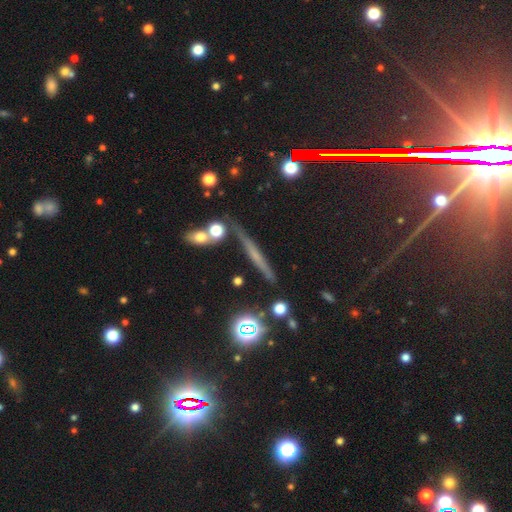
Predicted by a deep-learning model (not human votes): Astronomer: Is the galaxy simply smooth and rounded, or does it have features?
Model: featured or disk — 48% (runner-up: smooth, 34%).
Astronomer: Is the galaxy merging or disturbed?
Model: none — 80%.